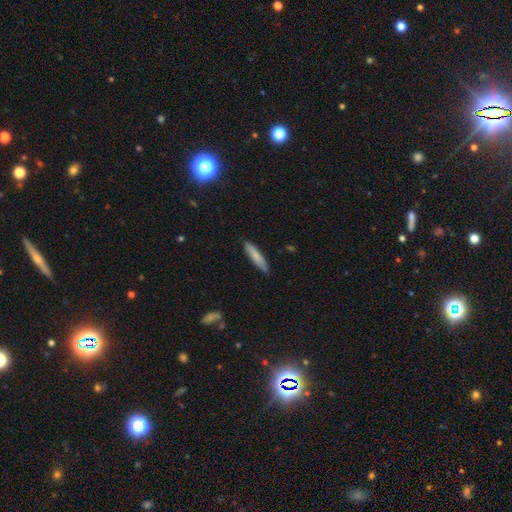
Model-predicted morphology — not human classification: smooth_or_featured: smooth (p=0.77) [alt: featured or disk p=0.17]
how_rounded: cigar-shaped (p=0.85) [alt: in between p=0.13]
merging: none (p=0.86) [alt: minor disturbance p=0.11]